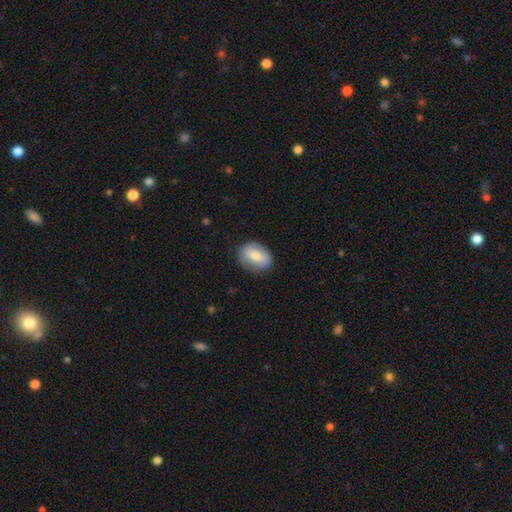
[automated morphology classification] smooth_or_featured: smooth (p=0.68) [alt: featured or disk p=0.26]
how_rounded: in between (p=0.68) [alt: round p=0.31]
merging: none (p=0.79) [alt: minor disturbance p=0.16]